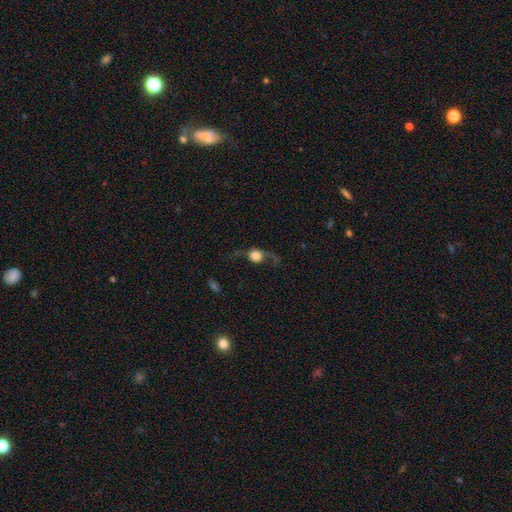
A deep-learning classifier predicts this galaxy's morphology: Smooth or featured: smooth — 57% (featured or disk — 33%)
How rounded: round — 75% (in between — 23%)
Merging: major disturbance — 39% (none — 37%)